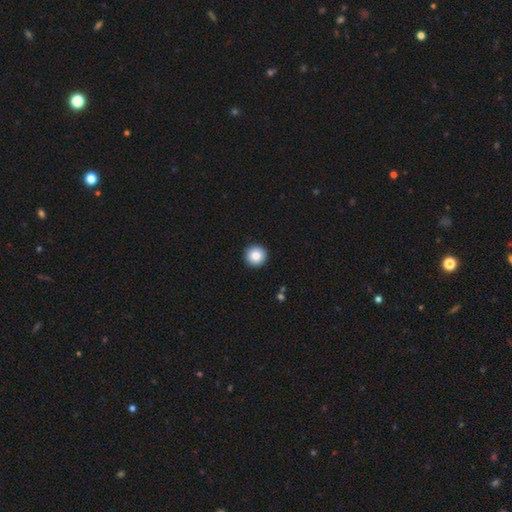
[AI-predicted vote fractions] Smooth or featured?
  - smooth: 86% *
  - star or artifact: 9%
  - featured or disk: 6%
How rounded?
  - round: 96% *
  - in between: 3%
  - cigar-shaped: 1%
Merging?
  - none: 93% *
  - minor disturbance: 5%
  - major disturbance: 1%
  - merger: 1%